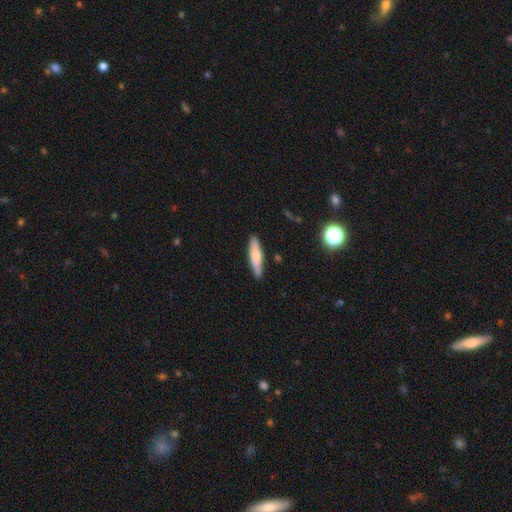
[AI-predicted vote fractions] smooth-or-featured: smooth: 63% | featured or disk: 31% | star or artifact: 6%
  how-rounded: cigar-shaped: 79% | in between: 19% | round: 2%
  merging: none: 87% | minor disturbance: 9% | major disturbance: 2% | merger: 1%